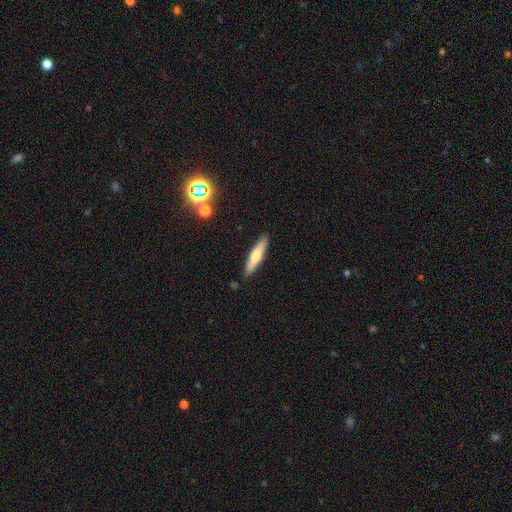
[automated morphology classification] This appears to be a smooth galaxy with no disk features (55%) that is cigar-shaped (85%). Merging: none (89%).